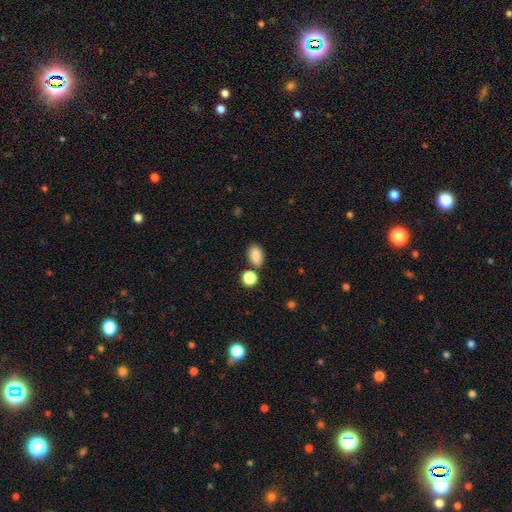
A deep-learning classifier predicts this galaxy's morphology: Smooth or featured? Predicted: smooth (p=0.86). How rounded? Predicted: in between (p=0.85). Merging? Predicted: none (p=0.73).